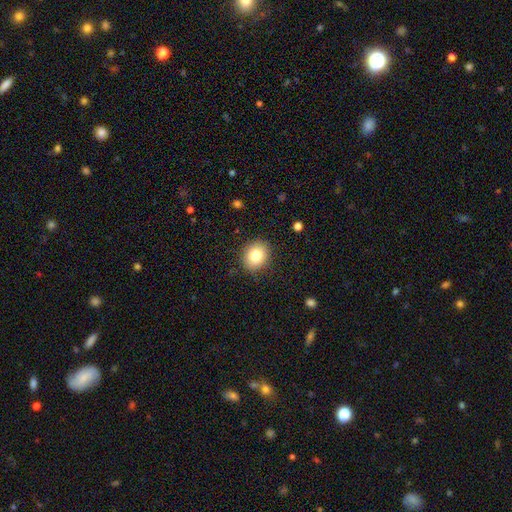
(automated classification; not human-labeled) Smooth or featured?
  - smooth: 81% *
  - star or artifact: 9%
  - featured or disk: 9%
How rounded?
  - round: 67% *
  - in between: 32%
  - cigar-shaped: 1%
Merging?
  - none: 88% *
  - minor disturbance: 9%
  - major disturbance: 2%
  - merger: 1%